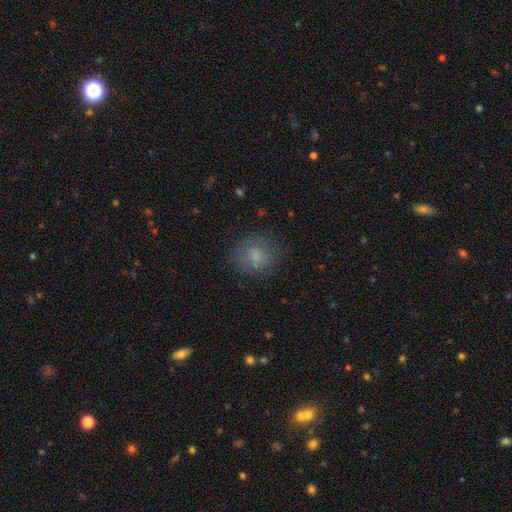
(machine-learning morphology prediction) smooth_or_featured: smooth (p=0.78) [alt: featured or disk p=0.12]
how_rounded: round (p=0.73) [alt: in between p=0.26]
merging: none (p=0.79) [alt: minor disturbance p=0.14]